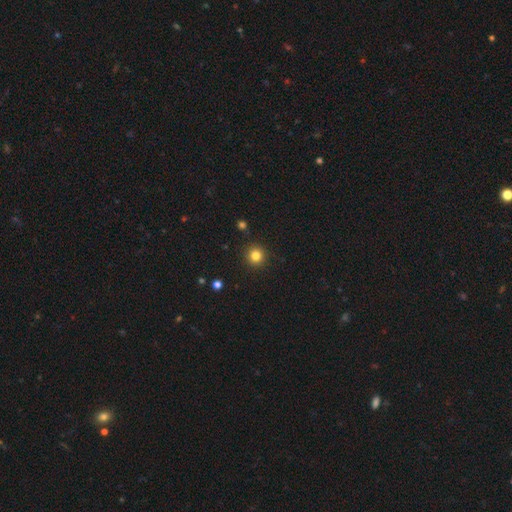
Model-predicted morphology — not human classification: Smooth or featured? smooth (82%)
How rounded? round (95%)
Merging? none (92%)